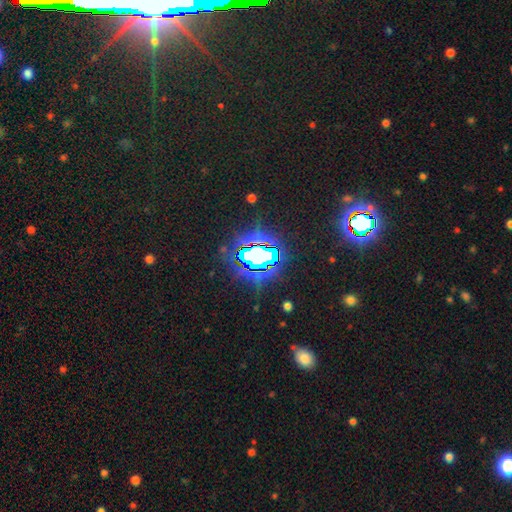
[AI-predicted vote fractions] This is likely a star or artifact rather than a galaxy (72%).